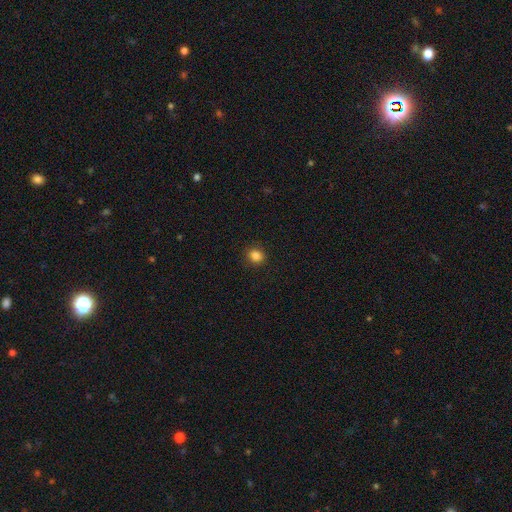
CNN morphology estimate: This appears to be a smooth galaxy with no disk features (85%) that is round (80%). Merging: none (90%).